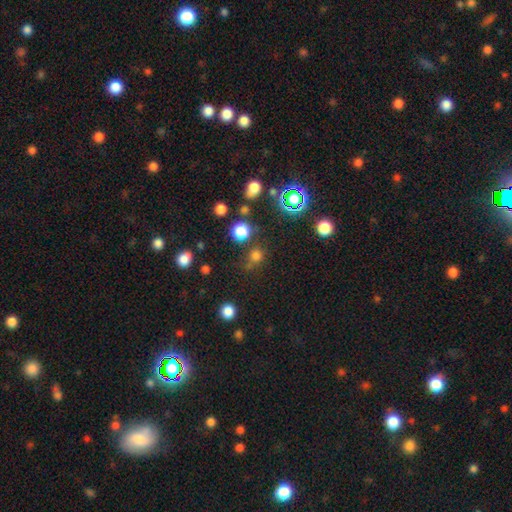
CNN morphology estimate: smooth 66%, star or artifact 27%, featured or disk 7%. Down the decision tree: how rounded — round (89%); merging — none (70%).